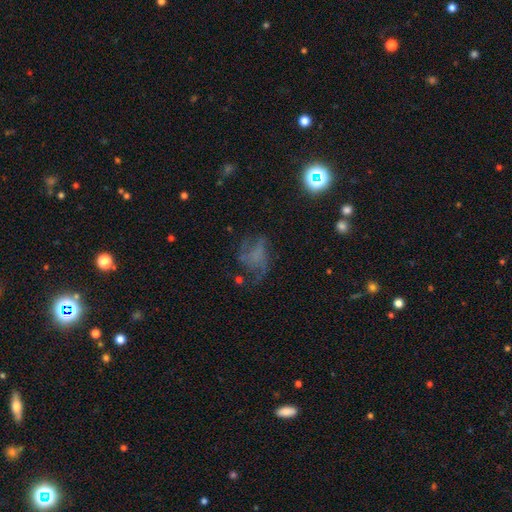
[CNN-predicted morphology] Smooth or featured?
  - featured or disk: 46% *
  - smooth: 31%
  - star or artifact: 23%
Merging?
  - none: 44% *
  - major disturbance: 33%
  - minor disturbance: 20%
  - merger: 3%